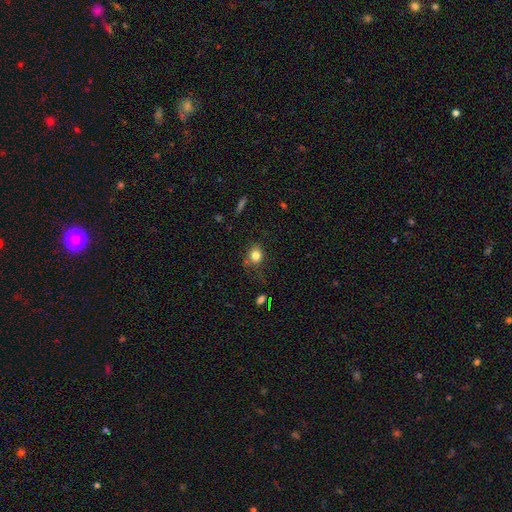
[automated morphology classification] Smooth or featured?
  - smooth: 81% *
  - star or artifact: 12%
  - featured or disk: 7%
How rounded?
  - round: 73% *
  - in between: 26%
  - cigar-shaped: 1%
Merging?
  - none: 71% *
  - minor disturbance: 19%
  - major disturbance: 6%
  - merger: 4%